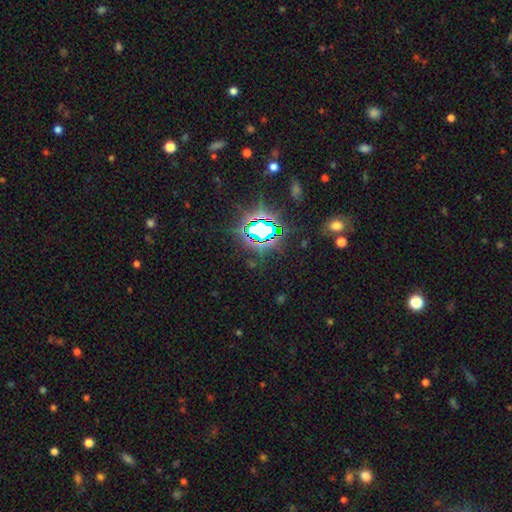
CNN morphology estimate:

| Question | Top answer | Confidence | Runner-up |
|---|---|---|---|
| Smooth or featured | star or artifact | 81% | smooth (12%) |